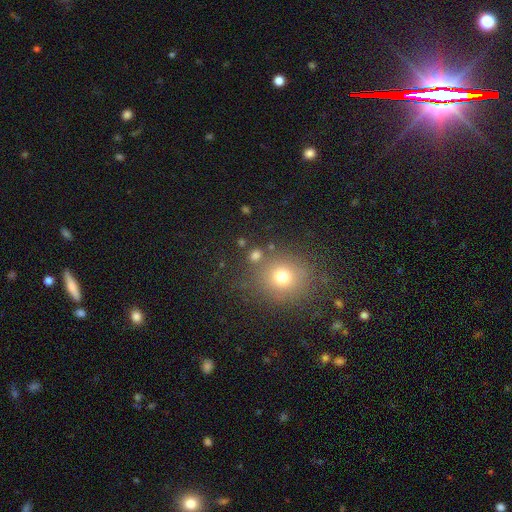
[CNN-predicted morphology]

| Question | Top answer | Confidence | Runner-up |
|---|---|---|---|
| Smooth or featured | smooth | 71% | star or artifact (22%) |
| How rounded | round | 80% | in between (19%) |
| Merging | none | 77% | merger (10%) |